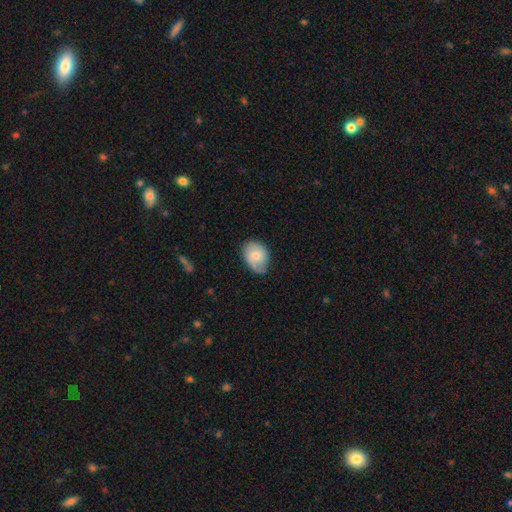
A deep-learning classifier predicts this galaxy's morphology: smooth 65%, featured or disk 28%, star or artifact 7%. Down the decision tree: how rounded — in between (73%); merging — none (60%).